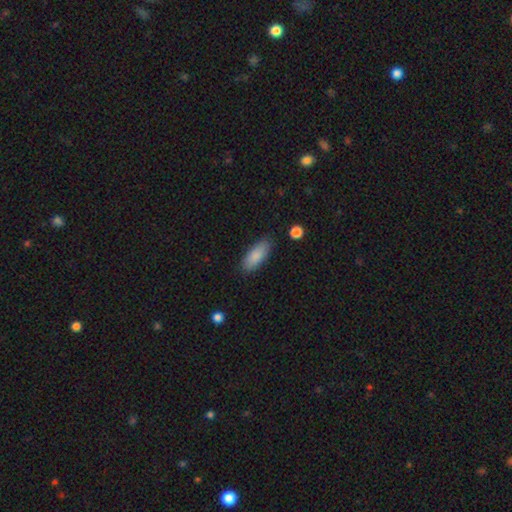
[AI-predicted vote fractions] This is clearly a smooth galaxy (87%). How rounded: likely in between (79%). Merging: clearly none (84%).